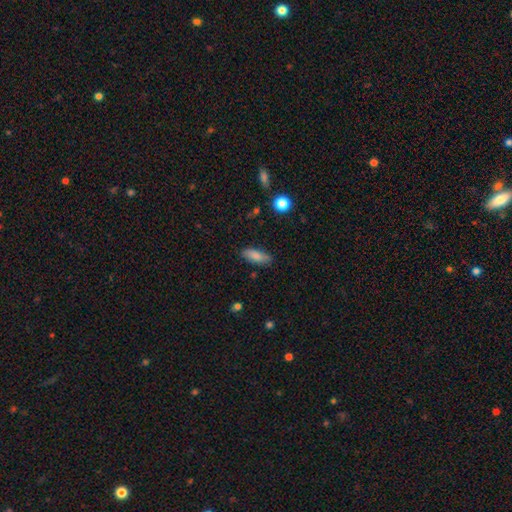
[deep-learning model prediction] smooth_or_featured: smooth (p=0.83) [alt: featured or disk p=0.10]
how_rounded: in between (p=0.68) [alt: cigar-shaped p=0.30]
merging: none (p=0.83) [alt: minor disturbance p=0.13]